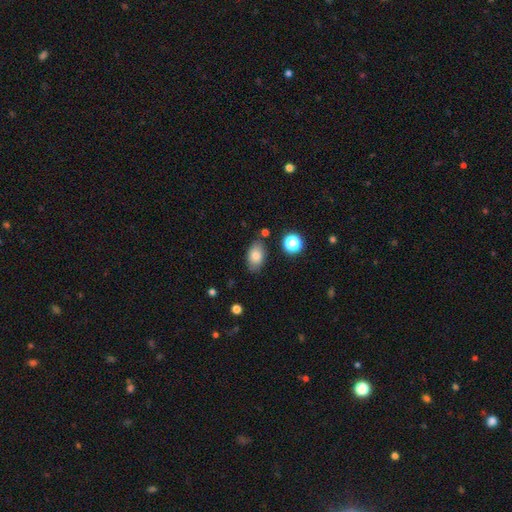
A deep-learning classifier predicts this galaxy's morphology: type=smooth (79%); roundness=in between (88%); merging=none (80%).